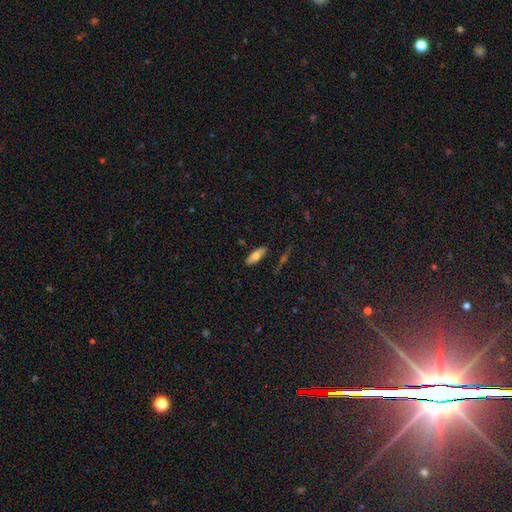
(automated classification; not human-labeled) Smooth or featured: smooth — 70% (featured or disk — 22%)
How rounded: in between — 70% (cigar-shaped — 28%)
Merging: none — 83% (minor disturbance — 12%)